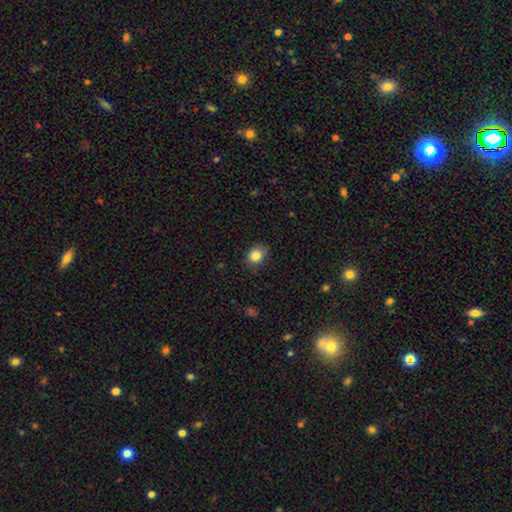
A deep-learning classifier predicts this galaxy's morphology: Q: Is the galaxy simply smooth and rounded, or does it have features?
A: smooth — 84%.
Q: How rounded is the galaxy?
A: in between — 53%.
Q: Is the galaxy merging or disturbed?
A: none — 82%.